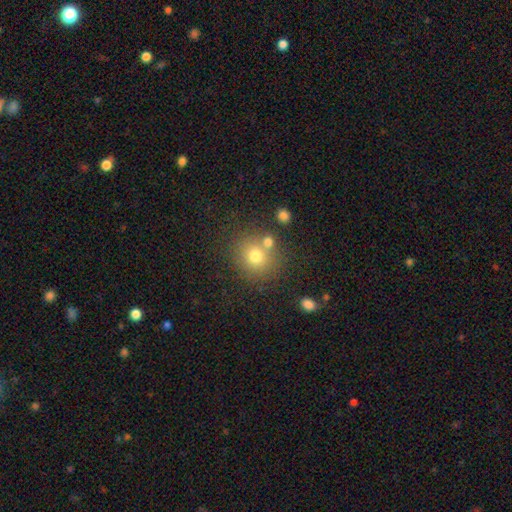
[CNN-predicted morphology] This is likely a smooth galaxy (73%). How rounded: clearly round (86%). Merging: likely none (67%).